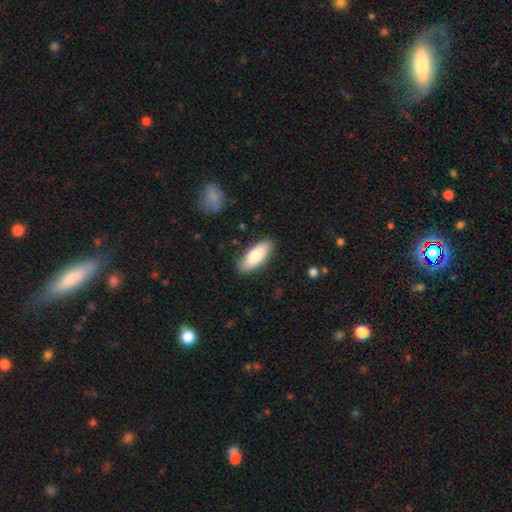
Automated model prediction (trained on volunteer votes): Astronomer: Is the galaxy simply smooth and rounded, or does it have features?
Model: smooth — 82%.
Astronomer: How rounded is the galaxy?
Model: in between — 77%.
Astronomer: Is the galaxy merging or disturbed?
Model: none — 86%.